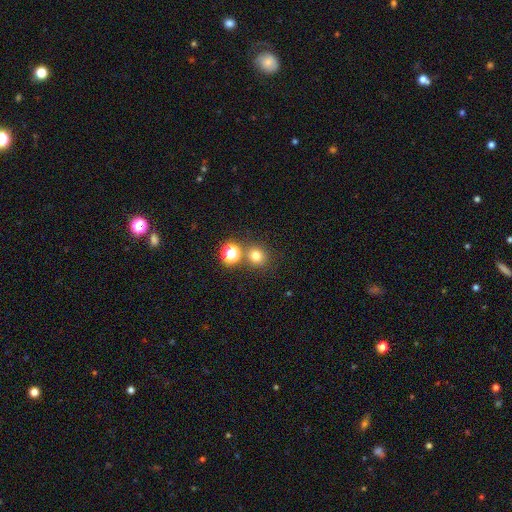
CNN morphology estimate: Overall: smooth (74%). How rounded: round (86%). Merging: none (75%).